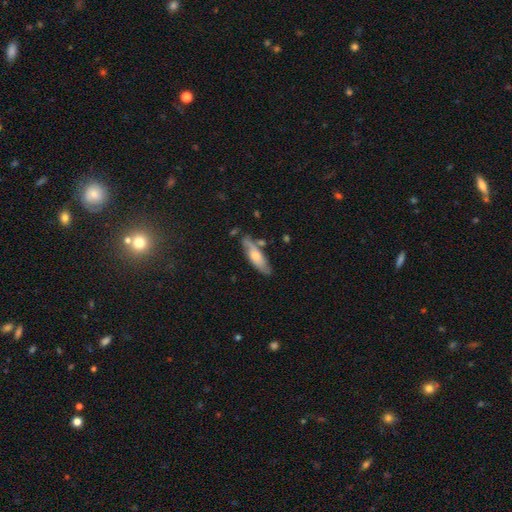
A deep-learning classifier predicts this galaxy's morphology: This appears to be a smooth galaxy with no disk features (57%) that is cigar-shaped (53%). Merging: none (70%).